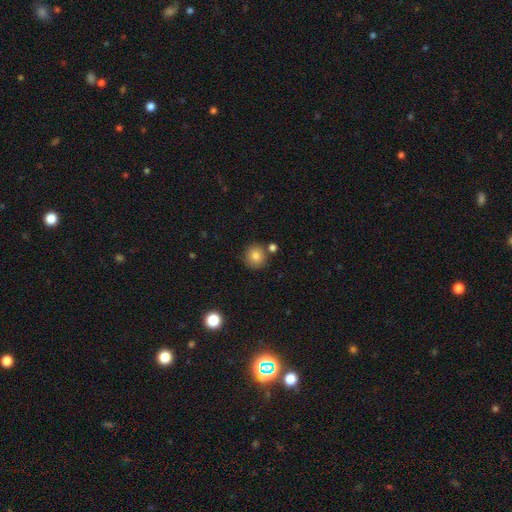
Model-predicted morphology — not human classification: A smooth galaxy with no disk features (83%) that is round (92%). Merging: none (79%).